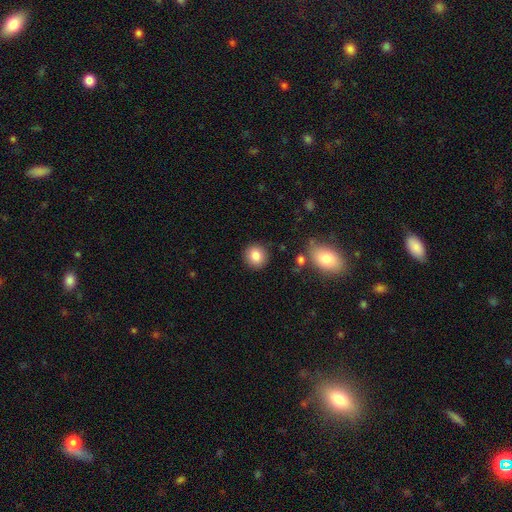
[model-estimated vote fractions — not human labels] This is clearly a smooth galaxy (85%). How rounded: clearly round (90%). Merging: clearly none (89%).